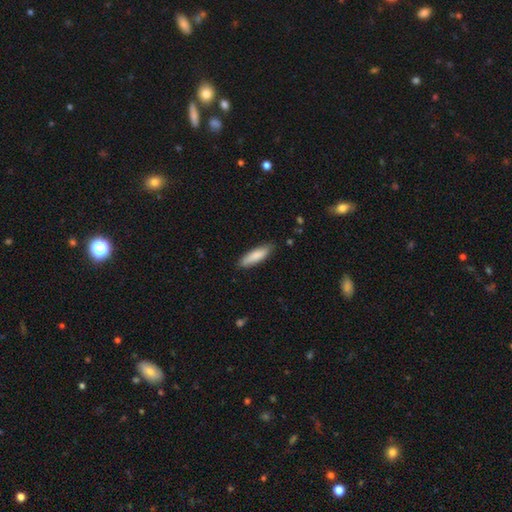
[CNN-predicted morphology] type=smooth (84%); roundness=cigar-shaped (62%); merging=none (85%).